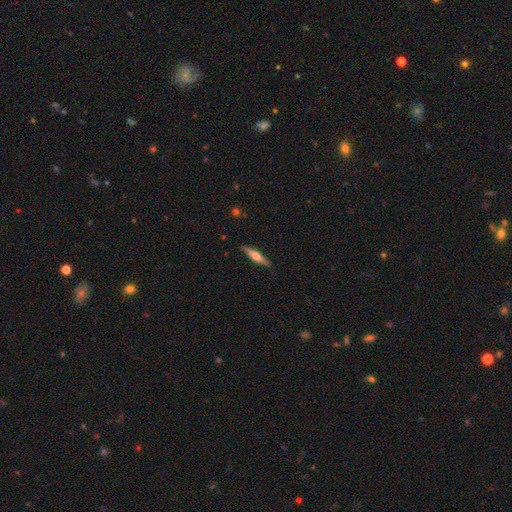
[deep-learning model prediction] featured or disk 57%, smooth 38%, star or artifact 6%. Down the decision tree: edge-on disk — yes (96%); edge-on bulge — rounded (77%); merging — none (87%).